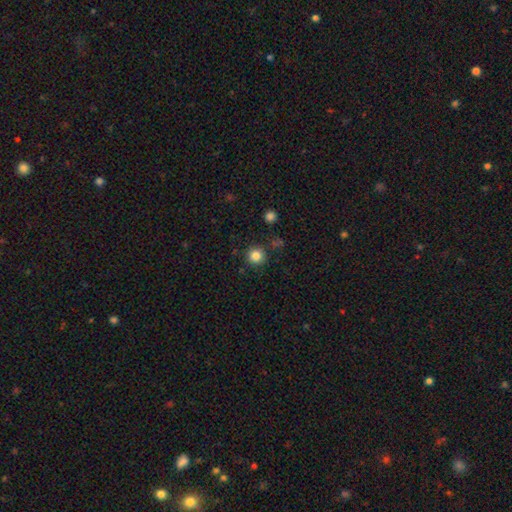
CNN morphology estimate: Smooth or featured? Predicted: smooth (p=0.83). How rounded? Predicted: round (p=0.94). Merging? Predicted: none (p=0.88).